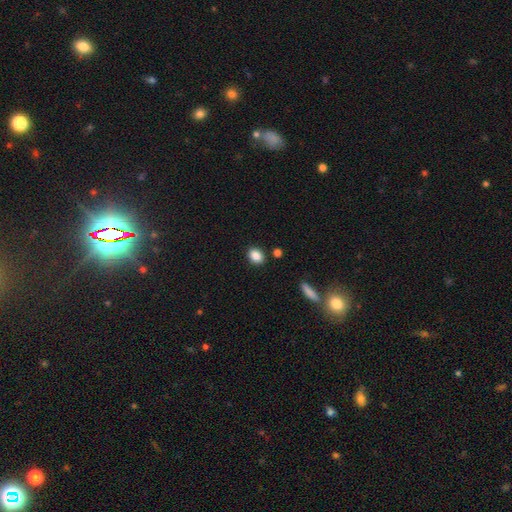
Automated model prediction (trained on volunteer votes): smooth 87%, star or artifact 9%, featured or disk 4%. Down the decision tree: how rounded — in between (61%); merging — none (85%).